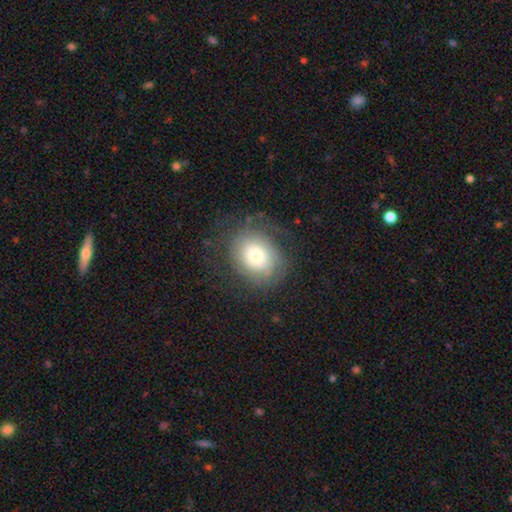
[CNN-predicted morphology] smooth-or-featured: smooth: 49% | featured or disk: 42% | star or artifact: 9%
  merging: none: 67% | minor disturbance: 17% | major disturbance: 15% | merger: 1%